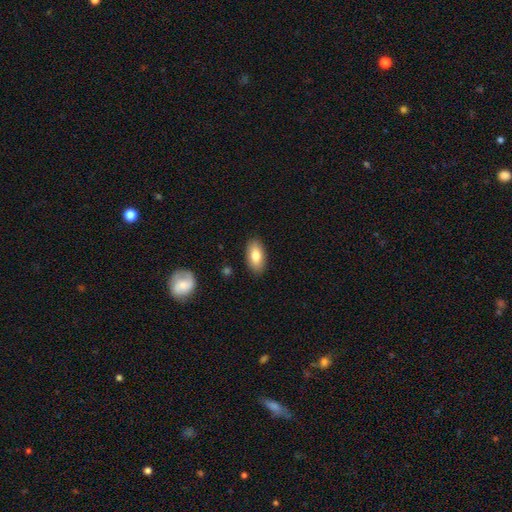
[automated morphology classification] Smooth or featured: smooth — 79% (featured or disk — 15%)
How rounded: in between — 92% (cigar-shaped — 5%)
Merging: none — 88% (minor disturbance — 9%)